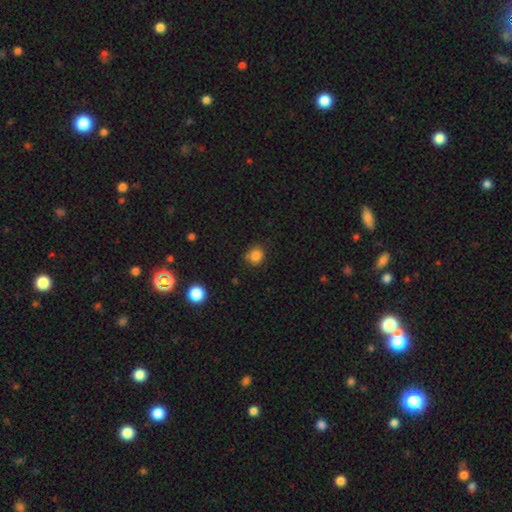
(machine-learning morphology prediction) smooth 83%, star or artifact 12%, featured or disk 4%. Down the decision tree: how rounded — round (80%); merging — none (76%).